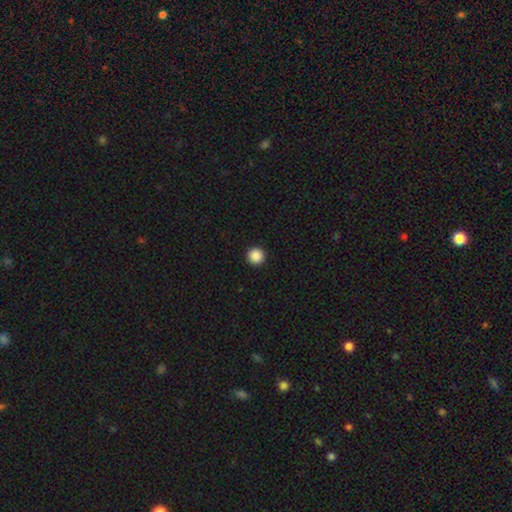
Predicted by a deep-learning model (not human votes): Smooth or featured: smooth — 88% (star or artifact — 9%)
How rounded: round — 97% (in between — 2%)
Merging: none — 94% (minor disturbance — 4%)